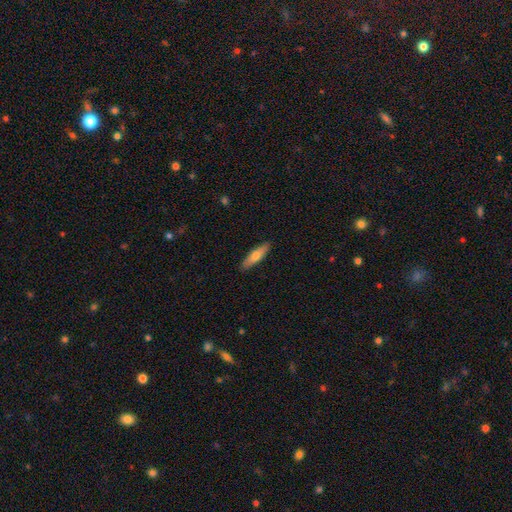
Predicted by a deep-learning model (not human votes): Q: Smooth or featured?
A: smooth (68%); runner-up: featured or disk (26%)
Q: How rounded?
A: cigar-shaped (67%); runner-up: in between (32%)
Q: Merging?
A: none (89%); runner-up: minor disturbance (8%)